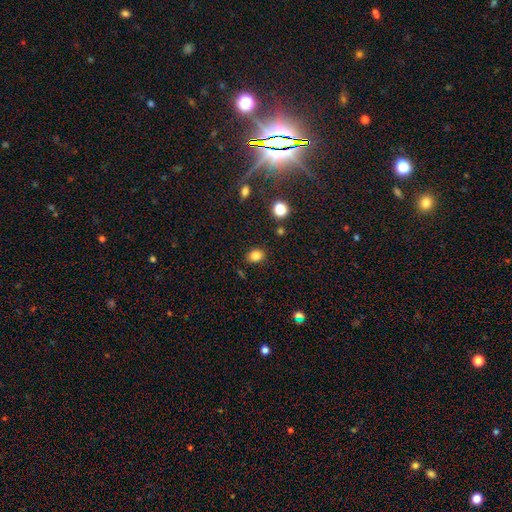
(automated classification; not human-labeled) Smooth or featured?
  - smooth: 83% *
  - star or artifact: 12%
  - featured or disk: 5%
How rounded?
  - in between: 60% *
  - round: 39%
  - cigar-shaped: 1%
Merging?
  - none: 85% *
  - minor disturbance: 10%
  - major disturbance: 3%
  - merger: 2%